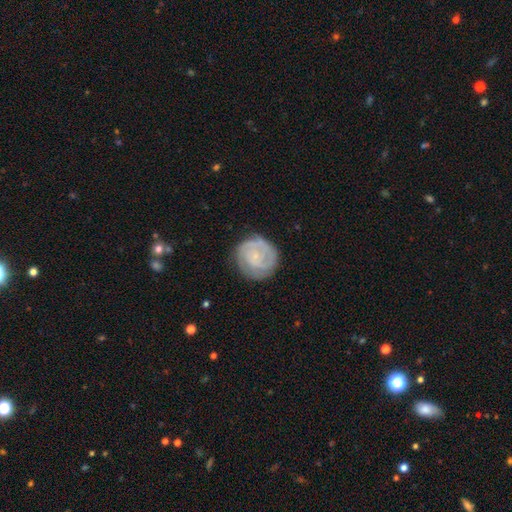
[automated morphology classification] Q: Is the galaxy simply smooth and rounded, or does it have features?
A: featured or disk — 70%.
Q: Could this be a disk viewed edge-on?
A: no — 98%.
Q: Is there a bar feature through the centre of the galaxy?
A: no — 70%.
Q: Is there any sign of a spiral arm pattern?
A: yes — 90%.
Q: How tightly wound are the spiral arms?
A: tight — 68%.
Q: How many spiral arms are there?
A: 2 — 42%.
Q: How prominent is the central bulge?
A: small — 70%.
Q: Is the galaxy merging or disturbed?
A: none — 76%.